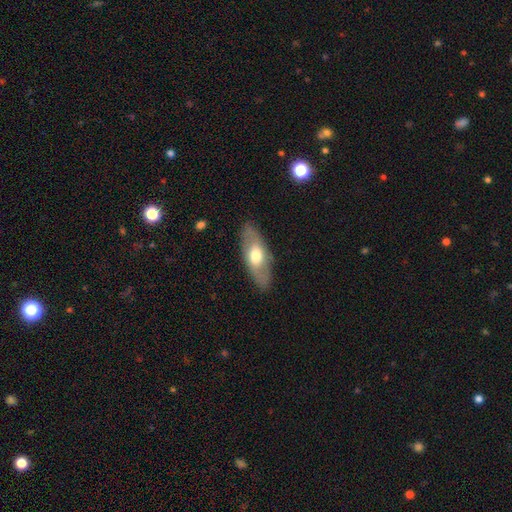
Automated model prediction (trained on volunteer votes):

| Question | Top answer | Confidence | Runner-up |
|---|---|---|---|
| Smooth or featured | smooth | 54% | featured or disk (40%) |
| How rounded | in between | 80% | cigar-shaped (16%) |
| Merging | none | 85% | minor disturbance (11%) |